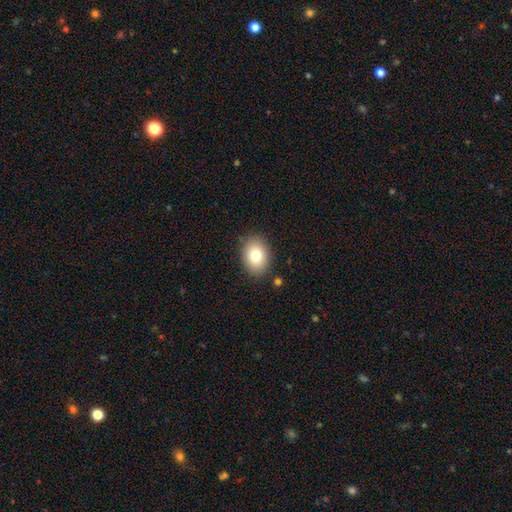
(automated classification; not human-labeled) Smooth or featured?
  - smooth: 78% *
  - featured or disk: 12%
  - star or artifact: 10%
How rounded?
  - in between: 65% *
  - round: 34%
  - cigar-shaped: 1%
Merging?
  - none: 86% *
  - minor disturbance: 9%
  - major disturbance: 3%
  - merger: 2%